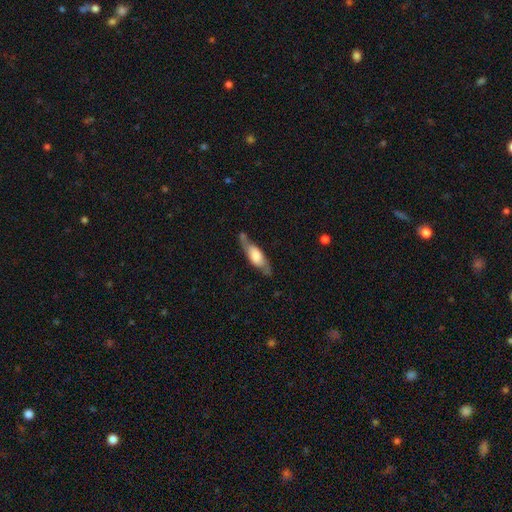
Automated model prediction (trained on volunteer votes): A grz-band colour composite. It shows a featured or disk galaxy (52%) viewed edge-on (62%). Merging: none (66%).